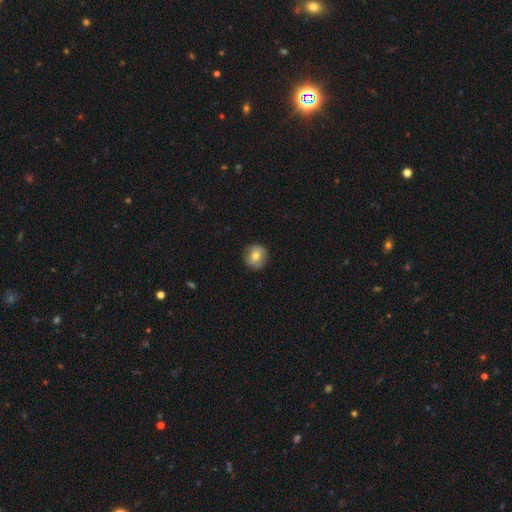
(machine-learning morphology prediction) smooth 61%, featured or disk 31%, star or artifact 9%. Down the decision tree: how rounded — round (90%); merging — none (85%).